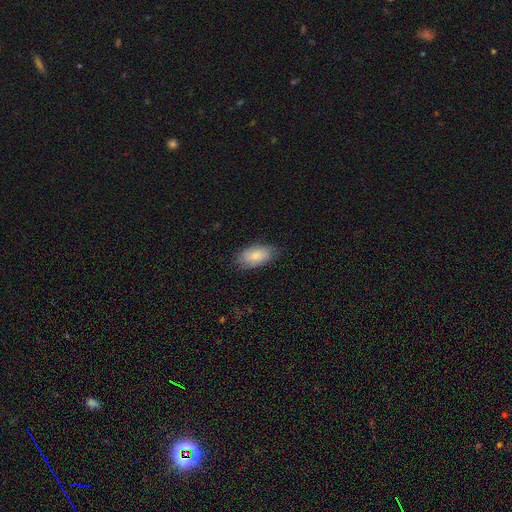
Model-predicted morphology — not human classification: Smooth or featured? smooth (79%)
How rounded? in between (94%)
Merging? none (75%)